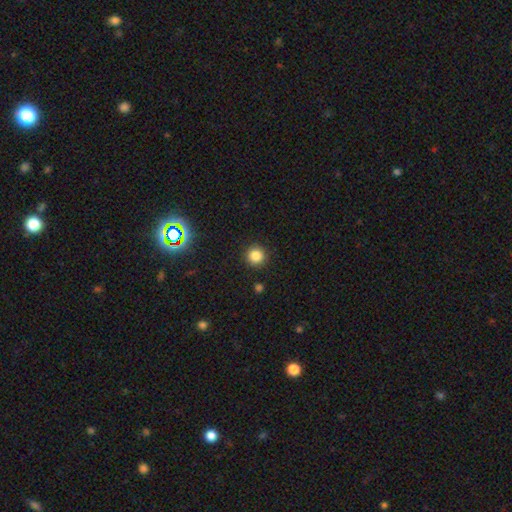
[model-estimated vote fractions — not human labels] Smooth or featured?
  - smooth: 84% *
  - star or artifact: 13%
  - featured or disk: 4%
How rounded?
  - round: 95% *
  - in between: 4%
  - cigar-shaped: 1%
Merging?
  - none: 91% *
  - minor disturbance: 6%
  - major disturbance: 2%
  - merger: 1%